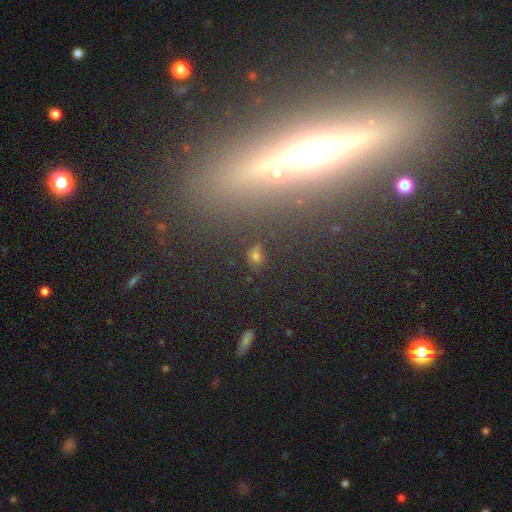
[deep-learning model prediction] Morphology: type=featured or disk (57%); edge-on=yes (85%); merging=none (82%).